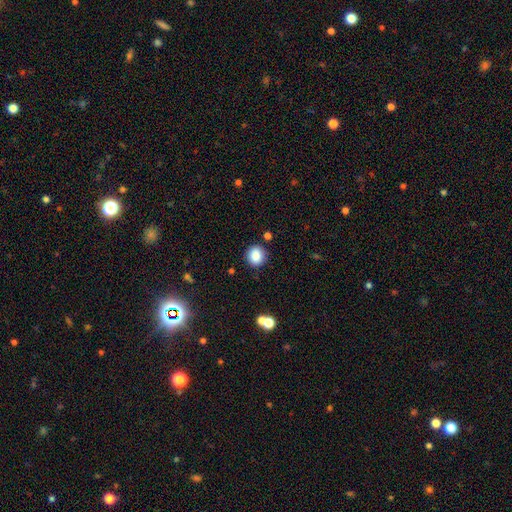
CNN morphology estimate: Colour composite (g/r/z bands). It shows a smooth galaxy with no disk features (86%) that is round (86%). Merging: none (87%).